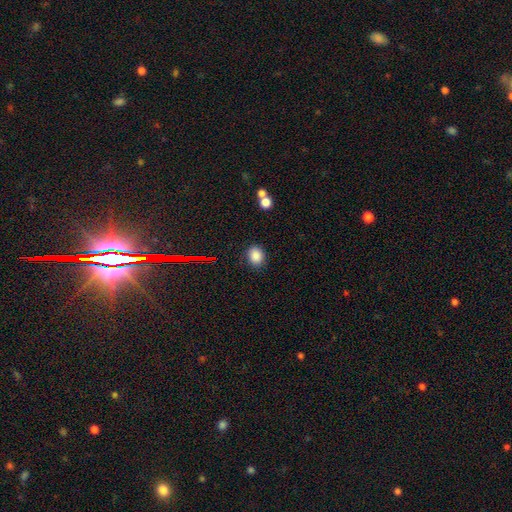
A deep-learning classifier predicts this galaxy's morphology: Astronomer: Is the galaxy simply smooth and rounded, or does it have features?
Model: smooth — 84%.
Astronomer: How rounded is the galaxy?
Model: in between — 55% (runner-up: round, 44%).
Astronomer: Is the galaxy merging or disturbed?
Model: none — 84%.